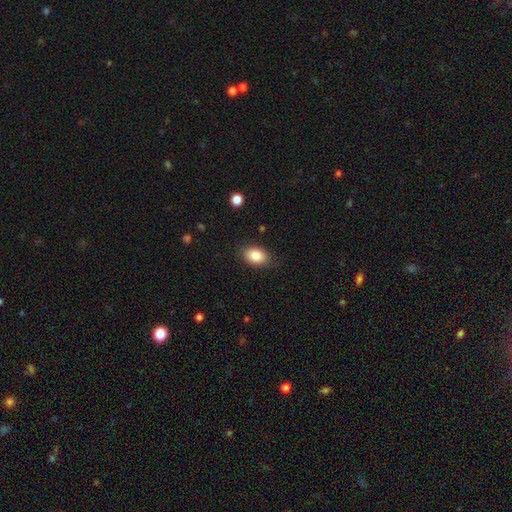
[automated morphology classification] Q: Smooth or featured?
A: smooth (85%); runner-up: star or artifact (8%)
Q: How rounded?
A: in between (86%); runner-up: round (13%)
Q: Merging?
A: none (85%); runner-up: minor disturbance (11%)